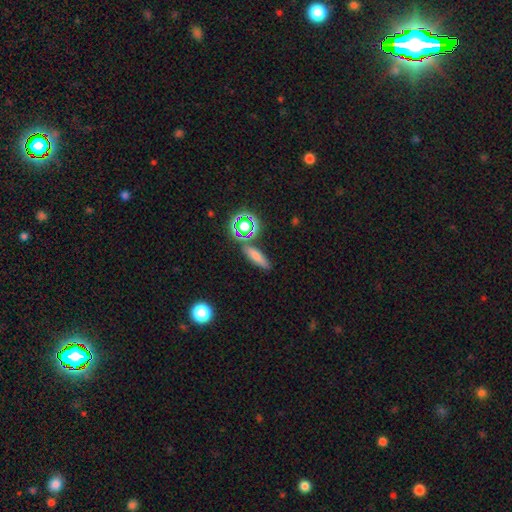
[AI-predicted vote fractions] Overall: smooth (69%). How rounded: cigar-shaped (63%; in between 28%). Merging: none (79%).